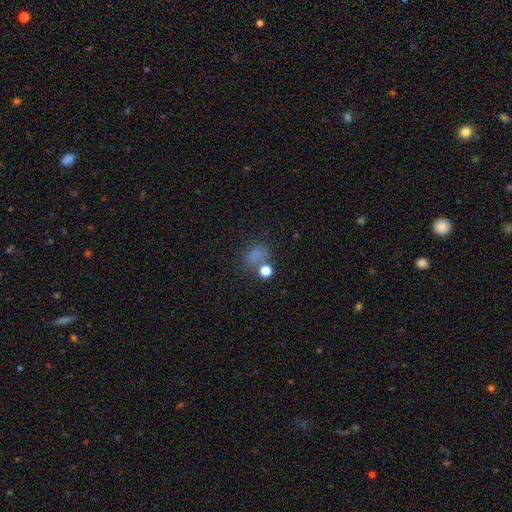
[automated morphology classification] This is likely a smooth galaxy (64%). How rounded: possibly round (59%). Merging: possibly none (54%).